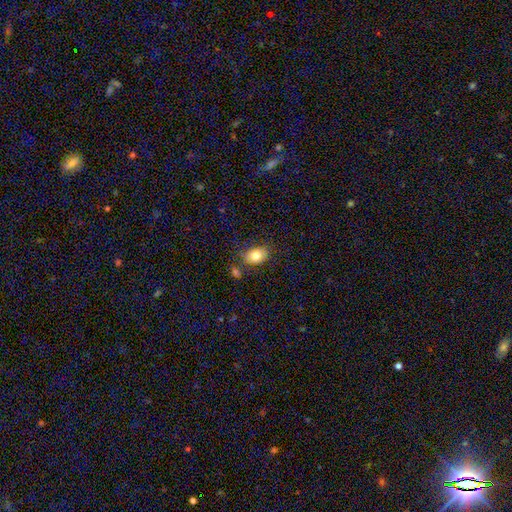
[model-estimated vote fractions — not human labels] A smooth galaxy with no disk features (81%) that is in between round and cigar-shaped (80%). Merging: none (74%).